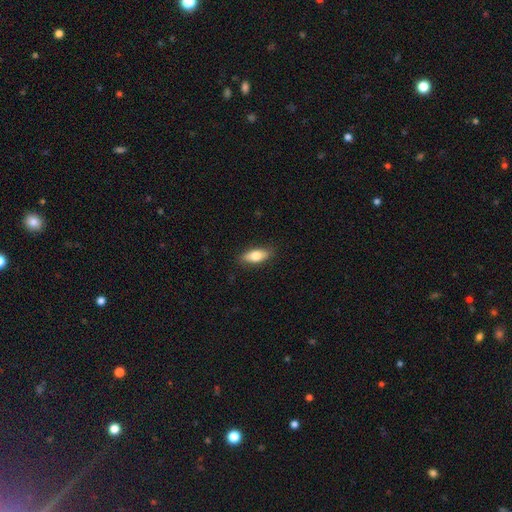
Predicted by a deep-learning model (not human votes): A smooth galaxy with no disk features (75%) that is in between round and cigar-shaped (80%).

Vote fractions:
- Smooth or featured? smooth: 75% / featured or disk: 19% / star or artifact: 6%
- How rounded? in between: 80% / cigar-shaped: 17% / round: 3%
- Merging? none: 86% / minor disturbance: 11% / major disturbance: 2% / merger: 1%